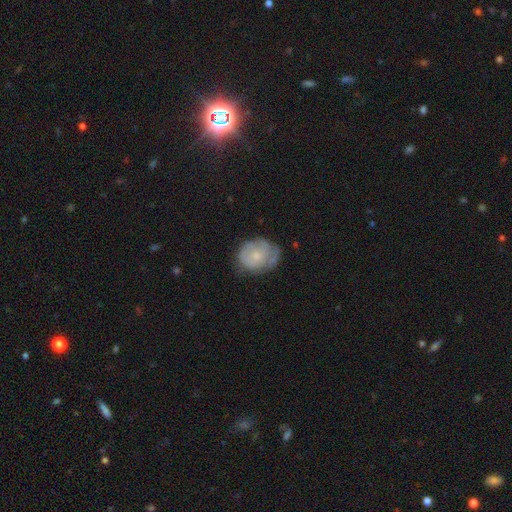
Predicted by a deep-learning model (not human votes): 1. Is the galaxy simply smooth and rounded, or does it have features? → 51% smooth, 42% featured or disk, 7% star or artifact.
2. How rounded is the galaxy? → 55% round, 44% in between, 1% cigar-shaped.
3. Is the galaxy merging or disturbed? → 53% none, 32% minor disturbance, 13% major disturbance, 2% merger.